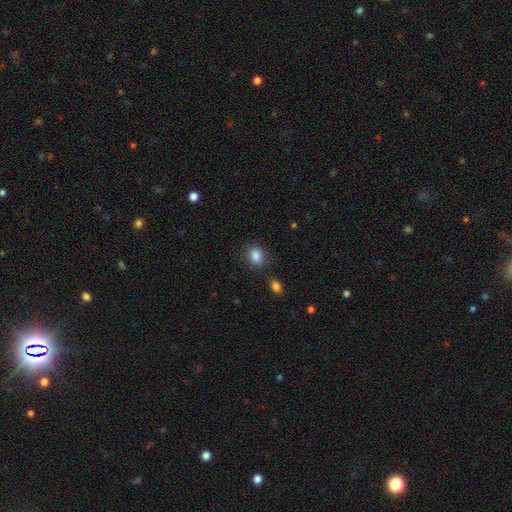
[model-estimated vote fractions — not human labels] Smooth or featured? Predicted: smooth (p=0.87). How rounded? Predicted: in between (p=0.62). Merging? Predicted: none (p=0.82).